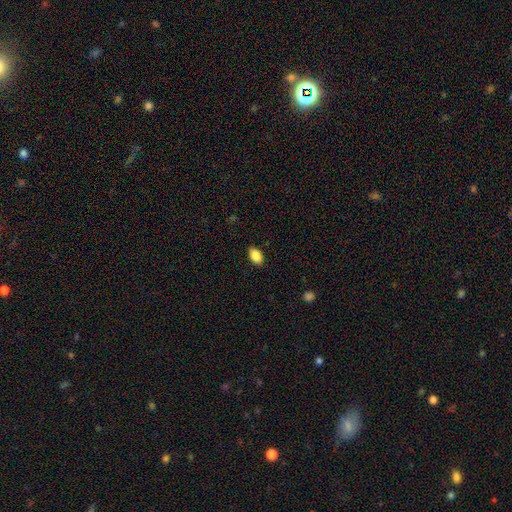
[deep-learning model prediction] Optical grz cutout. It shows a smooth galaxy with no disk features (88%) that is in between round and cigar-shaped (91%). Merging: none (87%).